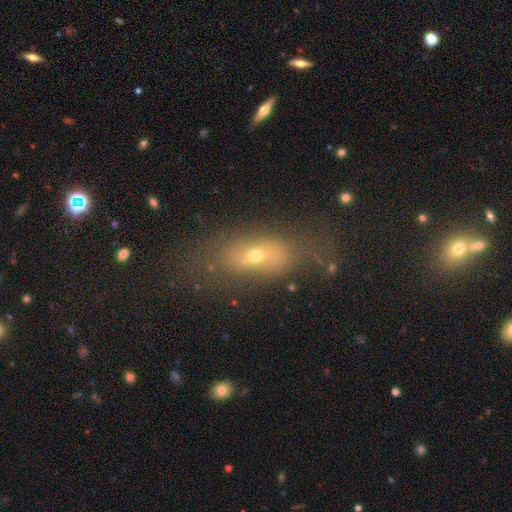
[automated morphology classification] smooth 51%, featured or disk 29%, star or artifact 20%. Down the decision tree: how rounded — in between (66%); merging — none (63%).